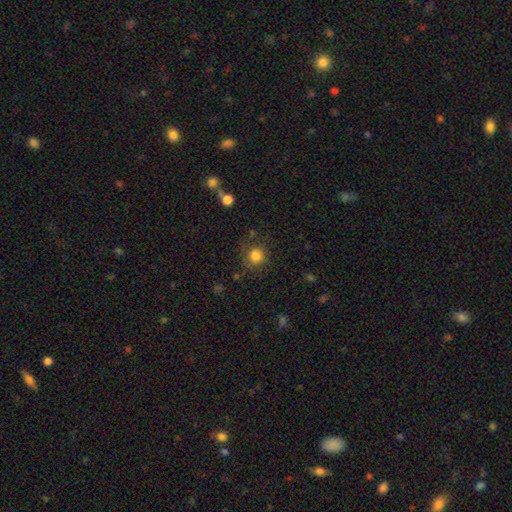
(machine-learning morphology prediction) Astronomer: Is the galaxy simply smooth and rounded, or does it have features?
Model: smooth — 83%.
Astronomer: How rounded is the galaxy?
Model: round — 92%.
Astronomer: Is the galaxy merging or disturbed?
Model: none — 79%.